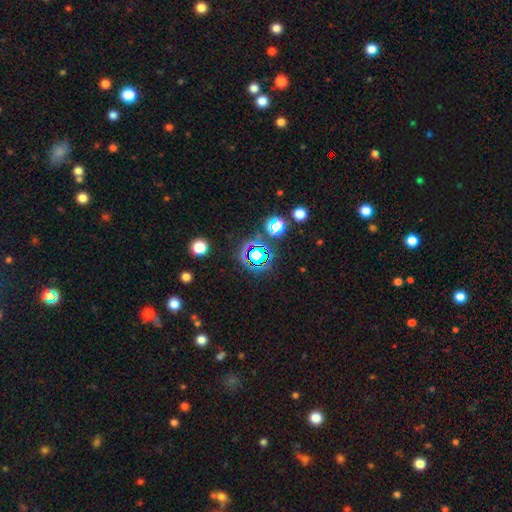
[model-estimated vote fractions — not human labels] This appears to be a star or artifact, not a galaxy (69%).